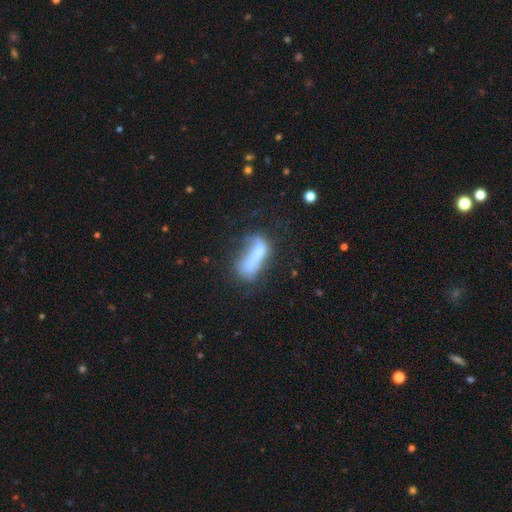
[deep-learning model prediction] A smooth galaxy with no disk features (51%) that is in between round and cigar-shaped (55%).

Vote fractions:
- Smooth or featured? smooth: 51% / featured or disk: 40% / star or artifact: 10%
- How rounded? in between: 55% / cigar-shaped: 41% / round: 4%
- Merging? none: 30% (tied) / major disturbance: 30% (tied) / minor disturbance: 23% / merger: 17%